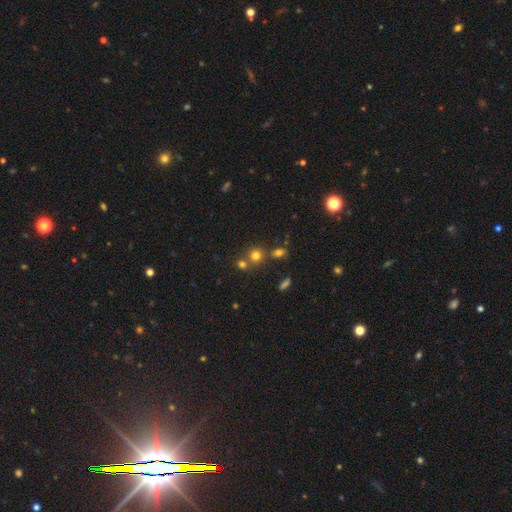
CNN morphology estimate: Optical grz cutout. It shows a smooth galaxy with no disk features (71%) that is round (87%). Merging: none (62%).